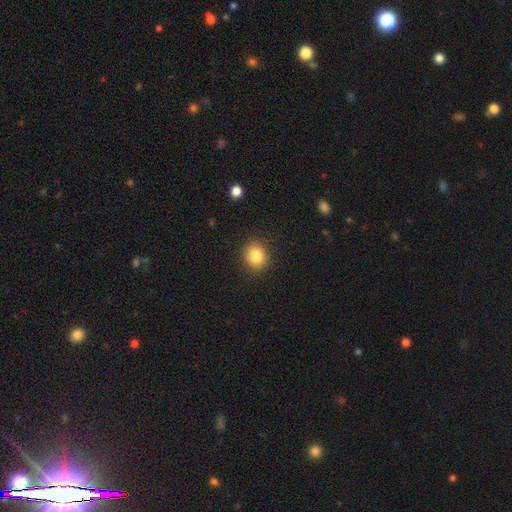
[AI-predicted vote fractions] The model was most divided on "how rounded": round: 71%, in between: 28%, cigar-shaped: 1%. More confident: merging — none (89%); smooth or featured — smooth (84%).